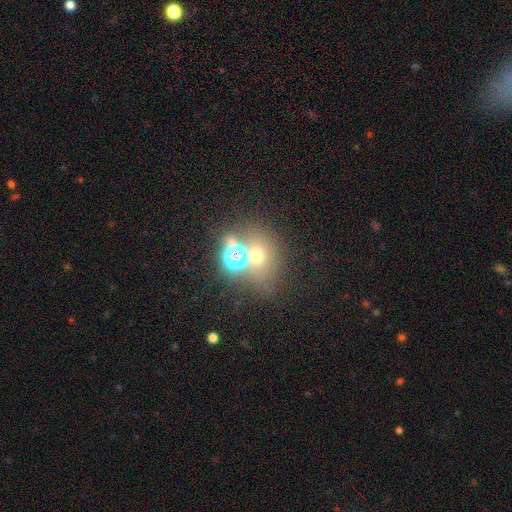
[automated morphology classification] smooth-or-featured: smooth: 54% | star or artifact: 31% | featured or disk: 15%
  how-rounded: round: 62% | in between: 37% | cigar-shaped: 1%
  merging: none: 53% | merger: 32% | minor disturbance: 9% | major disturbance: 6%